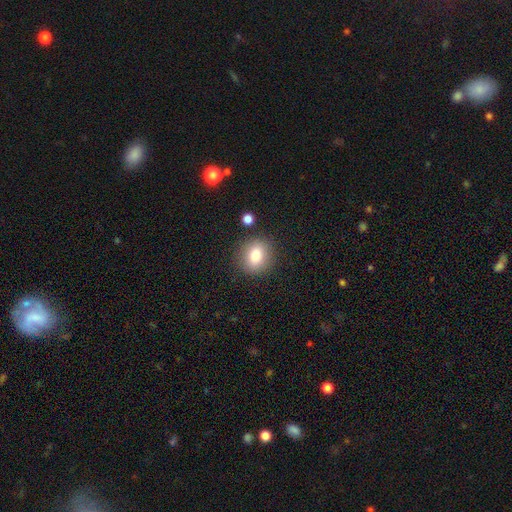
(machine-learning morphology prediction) smooth 79%, featured or disk 11%, star or artifact 10%. Down the decision tree: how rounded — round (70%); merging — none (86%).